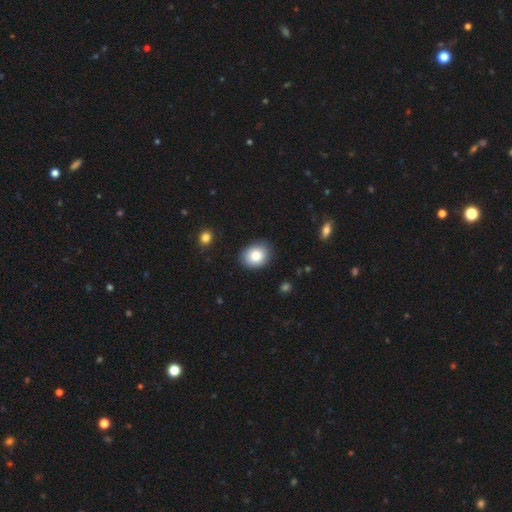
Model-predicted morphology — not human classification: A smooth galaxy with no disk features (84%) that is round (50%). Merging: none (86%).